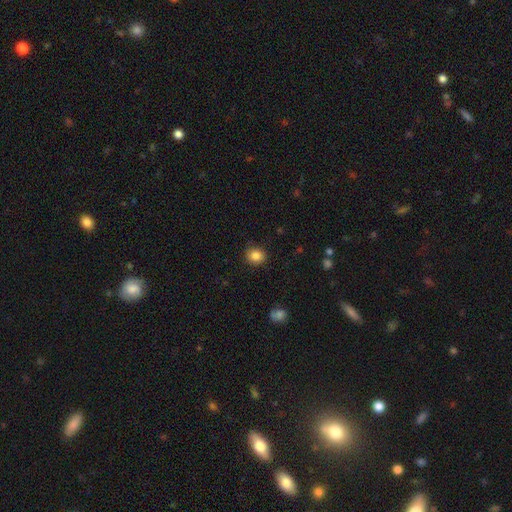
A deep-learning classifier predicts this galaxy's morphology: This appears to be a smooth galaxy with no disk features (85%) that is round (77%). Merging: none (87%).